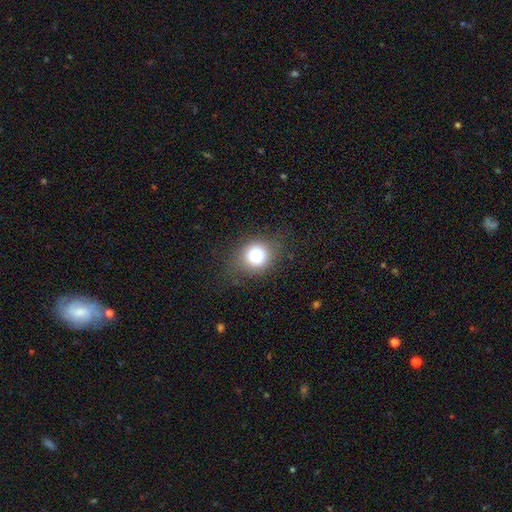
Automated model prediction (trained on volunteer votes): Smooth or featured: smooth — 82% (star or artifact — 11%)
How rounded: round — 78% (in between — 21%)
Merging: none — 76% (minor disturbance — 16%)